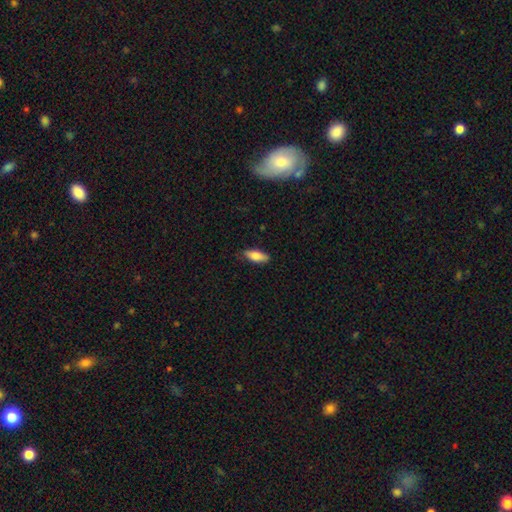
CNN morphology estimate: Q: Smooth or featured?
A: smooth (80%); runner-up: featured or disk (14%)
Q: How rounded?
A: in between (74%); runner-up: cigar-shaped (23%)
Q: Merging?
A: none (82%); runner-up: minor disturbance (15%)